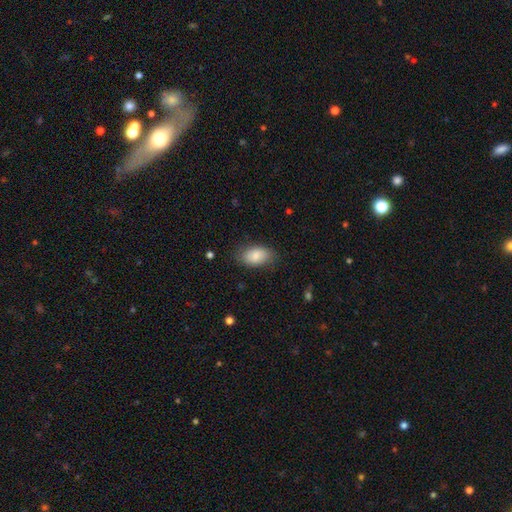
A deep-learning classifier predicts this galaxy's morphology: smooth 84%, featured or disk 9%, star or artifact 7%. Down the decision tree: how rounded — in between (92%); merging — none (79%).